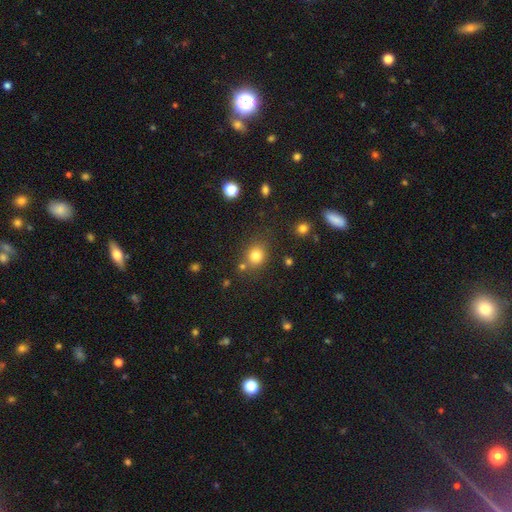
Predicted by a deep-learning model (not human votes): Smooth or featured? Predicted: smooth (p=0.79). How rounded? Predicted: round (p=0.71). Merging? Predicted: none (p=0.74).